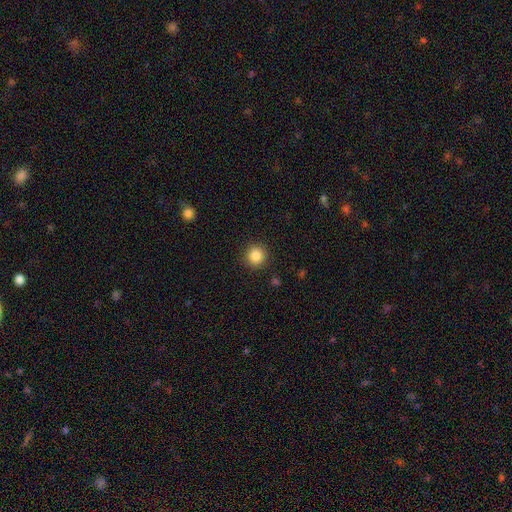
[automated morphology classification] This appears to be a smooth galaxy with no disk features (86%) that is round (94%). Merging: none (91%).